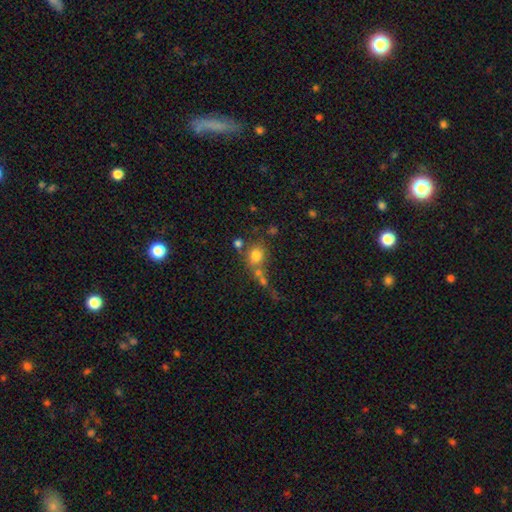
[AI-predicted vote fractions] smooth-or-featured: smooth: 74% | star or artifact: 14% | featured or disk: 11%
  how-rounded: round: 71% | in between: 28% | cigar-shaped: 2%
  merging: none: 52% | merger: 28% | minor disturbance: 12% | major disturbance: 8%